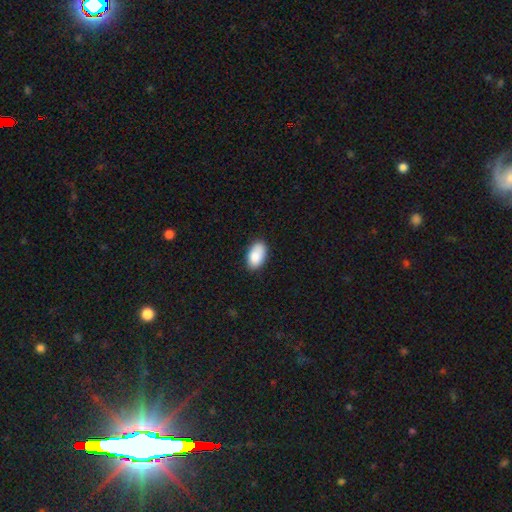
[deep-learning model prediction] Smooth or featured?
  - smooth: 87% *
  - star or artifact: 7%
  - featured or disk: 6%
How rounded?
  - in between: 94% *
  - round: 4%
  - cigar-shaped: 2%
Merging?
  - none: 81% *
  - minor disturbance: 16%
  - major disturbance: 2%
  - merger: 1%